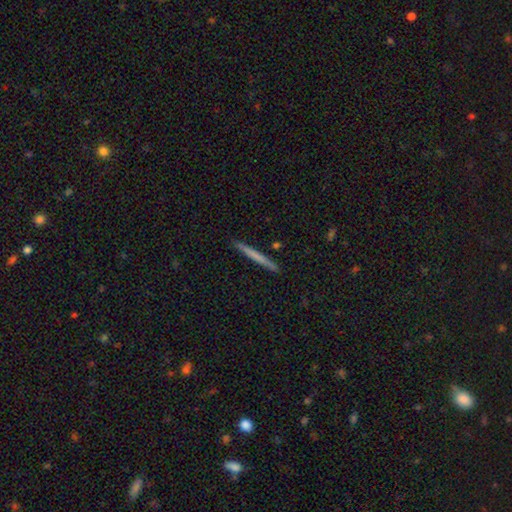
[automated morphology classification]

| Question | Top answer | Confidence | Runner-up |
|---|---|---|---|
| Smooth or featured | smooth | 61% | featured or disk (34%) |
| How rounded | cigar-shaped | 97% | in between (2%) |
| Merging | none | 91% | minor disturbance (7%) |